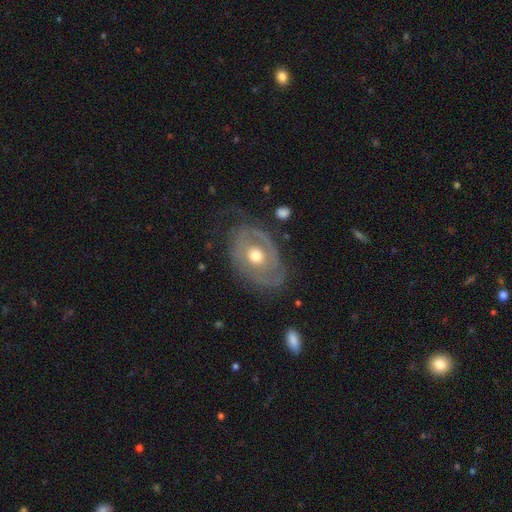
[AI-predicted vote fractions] Morphology: type=featured or disk (75%); edge-on=no (95%); bar=no (82%); spiral arms=yes (66%); bulge=moderate (77%); merging=none (60%).